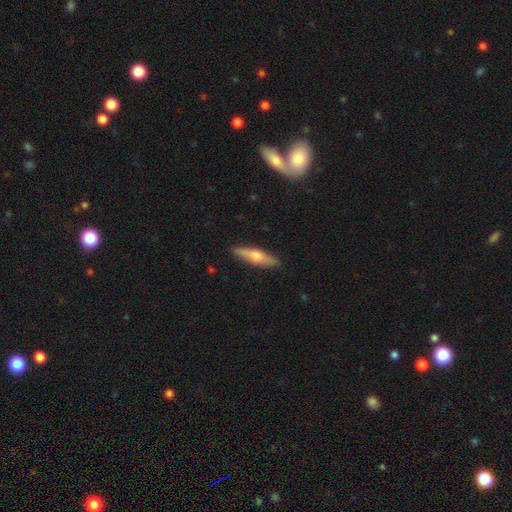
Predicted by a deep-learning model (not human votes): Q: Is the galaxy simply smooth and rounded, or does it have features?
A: smooth — 49%.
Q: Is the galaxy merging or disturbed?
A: none — 88%.